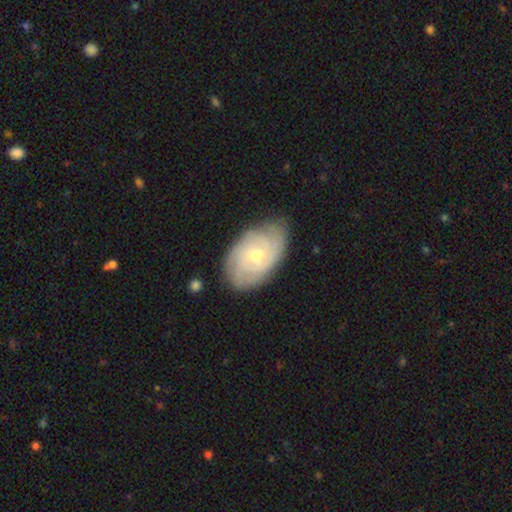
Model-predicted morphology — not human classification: Q: Smooth or featured?
A: featured or disk (73%); runner-up: smooth (21%)
Q: Edge-on disk?
A: no (95%); runner-up: yes (5%)
Q: Bar?
A: no (68%); runner-up: weak (28%)
Q: Spiral arms?
A: yes (90%); runner-up: no (10%)
Q: Spiral winding?
A: tight (73%); runner-up: medium (22%)
Q: Spiral arm count?
A: can't tell (46%); runner-up: 3 (17%)
Q: Bulge size?
A: moderate (52%); runner-up: small (44%)
Q: Merging?
A: none (76%); runner-up: minor disturbance (19%)